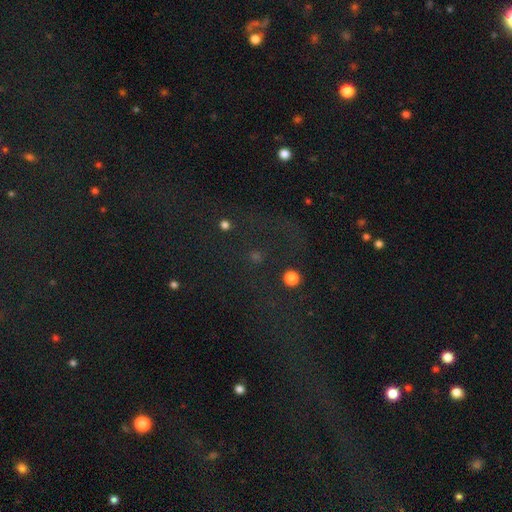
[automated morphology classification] A star or artifact, not a galaxy (58%).